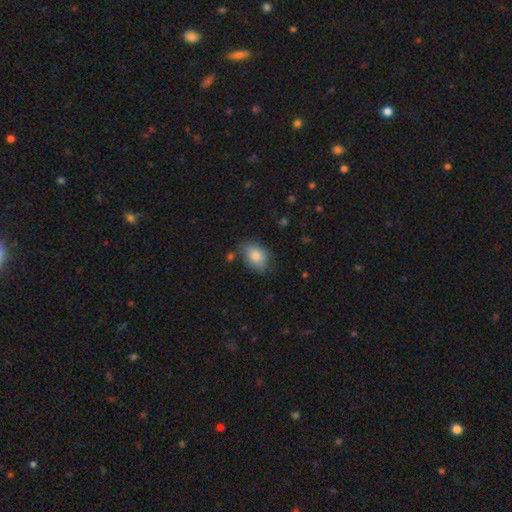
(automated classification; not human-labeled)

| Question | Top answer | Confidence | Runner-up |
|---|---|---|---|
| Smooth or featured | smooth | 83% | featured or disk (9%) |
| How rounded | in between | 77% | round (21%) |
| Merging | none | 69% | minor disturbance (23%) |